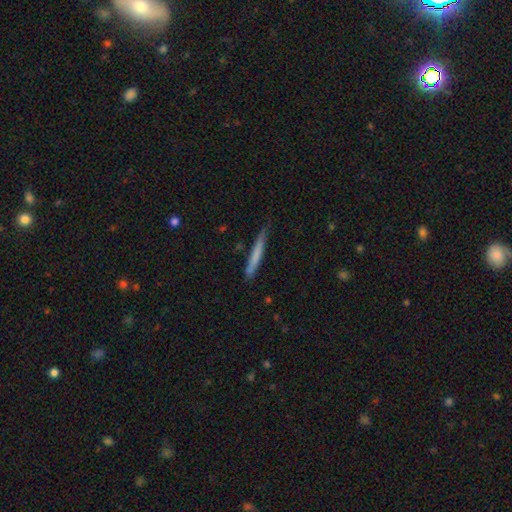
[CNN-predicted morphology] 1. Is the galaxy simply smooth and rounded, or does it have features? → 66% smooth, 28% featured or disk, 6% star or artifact.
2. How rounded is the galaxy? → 96% cigar-shaped, 3% in between, 1% round.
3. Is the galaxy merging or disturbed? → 75% none, 20% minor disturbance, 3% major disturbance, 2% merger.